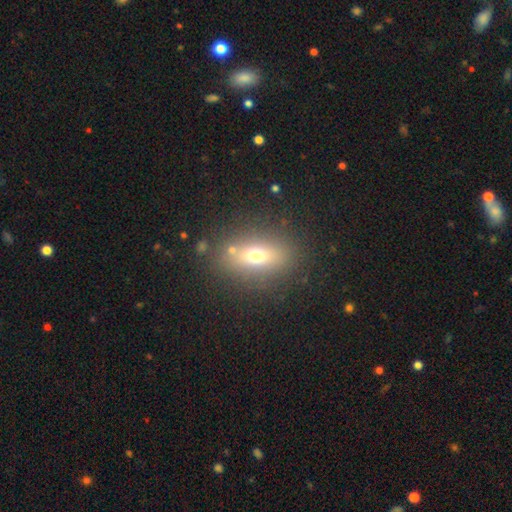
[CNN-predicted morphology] Smooth or featured?
  - smooth: 64% *
  - featured or disk: 21%
  - star or artifact: 15%
How rounded?
  - in between: 70% *
  - round: 21%
  - cigar-shaped: 9%
Merging?
  - none: 80% *
  - minor disturbance: 10%
  - major disturbance: 5%
  - merger: 4%